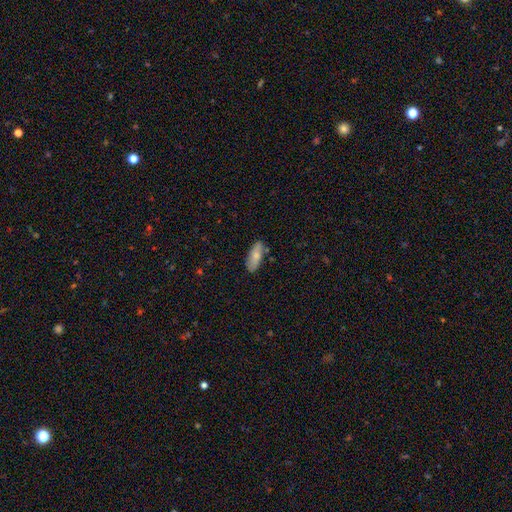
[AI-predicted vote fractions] This appears to be a smooth galaxy with no disk features (76%) that is in between round and cigar-shaped (74%). Merging: none (76%).